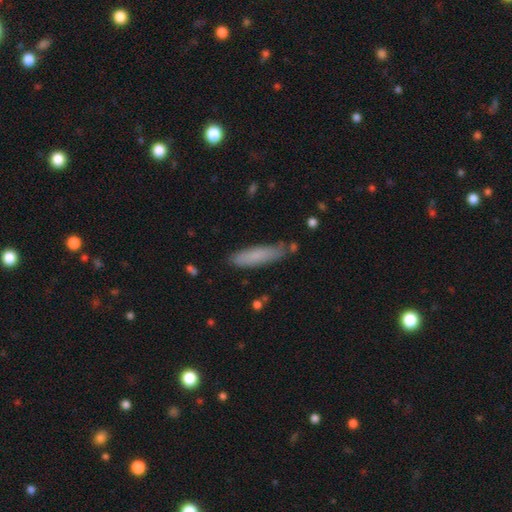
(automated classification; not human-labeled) smooth-or-featured: smooth: 78% | featured or disk: 15% | star or artifact: 7%
  how-rounded: cigar-shaped: 75% | in between: 23% | round: 1%
  merging: none: 77% | minor disturbance: 17% | major disturbance: 3% | merger: 3%